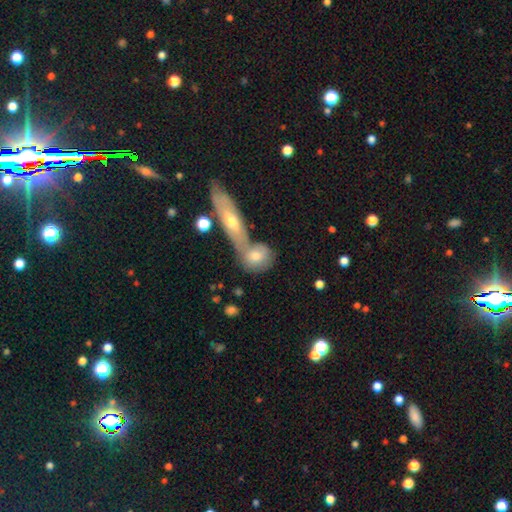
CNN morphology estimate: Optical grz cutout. It shows a smooth galaxy with no disk features (69%) that is round (48%). Merging: merger (47%).